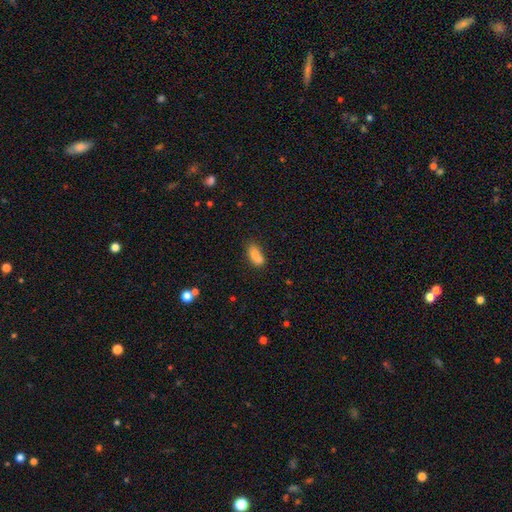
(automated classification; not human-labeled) The model was most divided on "merging": none: 45%, merger: 33%, minor disturbance: 17%, major disturbance: 6%. More confident: how rounded — in between (84%); smooth or featured — smooth (78%).